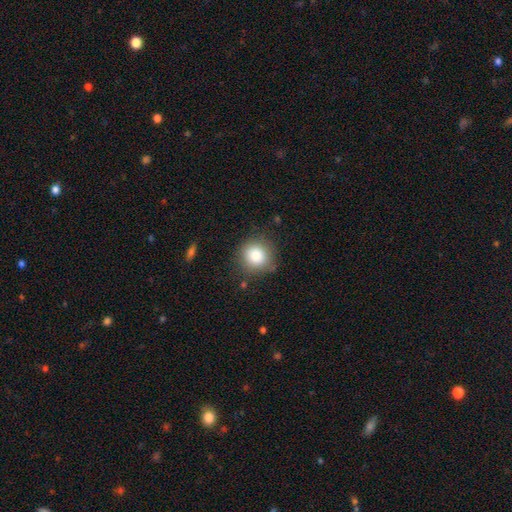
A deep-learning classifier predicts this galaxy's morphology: This is clearly a smooth galaxy (81%). How rounded: clearly round (91%). Merging: clearly none (83%).